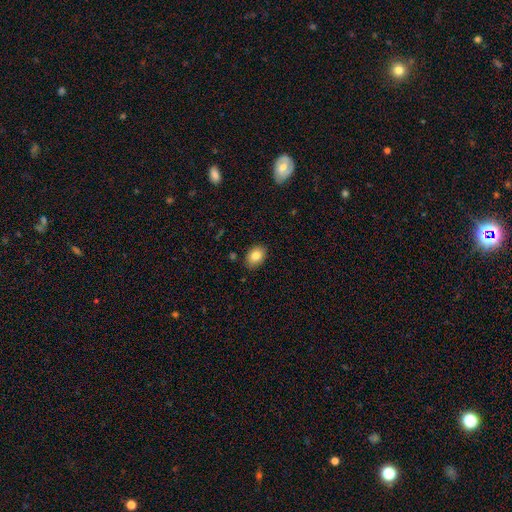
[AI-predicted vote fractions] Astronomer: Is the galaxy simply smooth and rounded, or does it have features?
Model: smooth — 83%.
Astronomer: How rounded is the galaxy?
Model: in between — 75%.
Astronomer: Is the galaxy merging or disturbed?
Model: none — 85%.